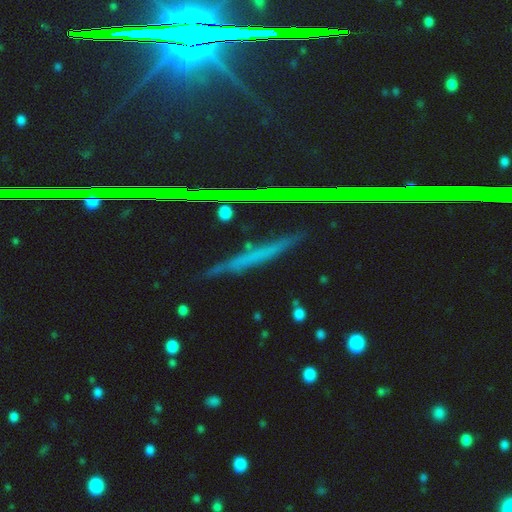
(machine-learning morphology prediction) A star or artifact, not a galaxy (67%).